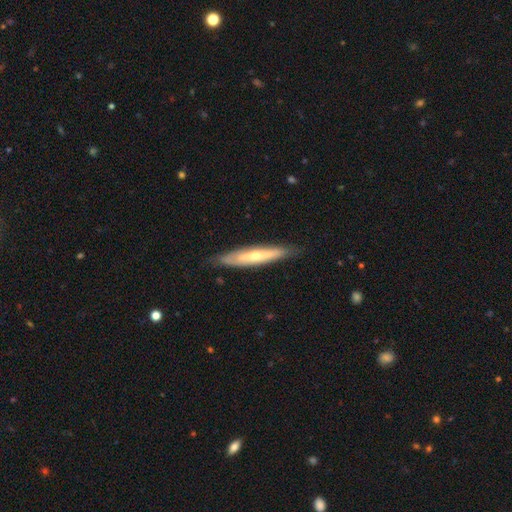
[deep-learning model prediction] This is possibly a featured or disk galaxy (54%). It is likely viewed edge-on (72%). Merging: clearly none (81%).